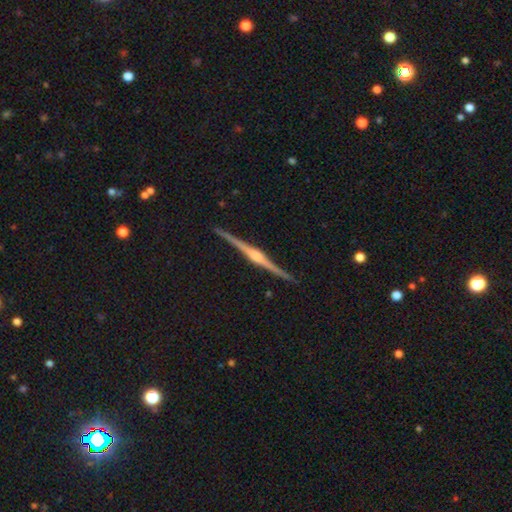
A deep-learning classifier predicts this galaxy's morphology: This is clearly a featured or disk galaxy (89%). It is clearly viewed edge-on (99%). Edge-on bulge: clearly rounded (84%). Merging: clearly none (92%).